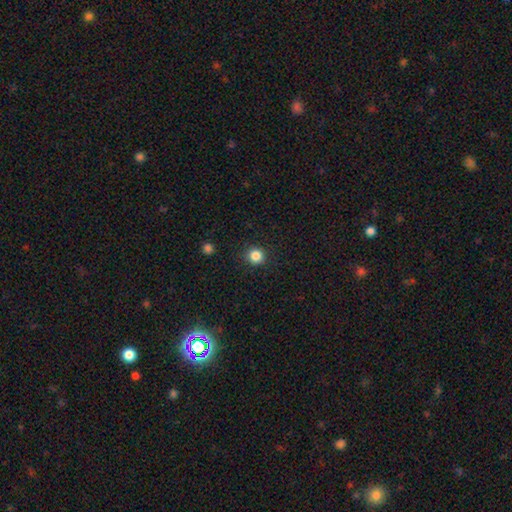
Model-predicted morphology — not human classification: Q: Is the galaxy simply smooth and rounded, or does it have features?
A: smooth — 84%.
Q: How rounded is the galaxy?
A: round — 93%.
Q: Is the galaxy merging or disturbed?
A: none — 91%.